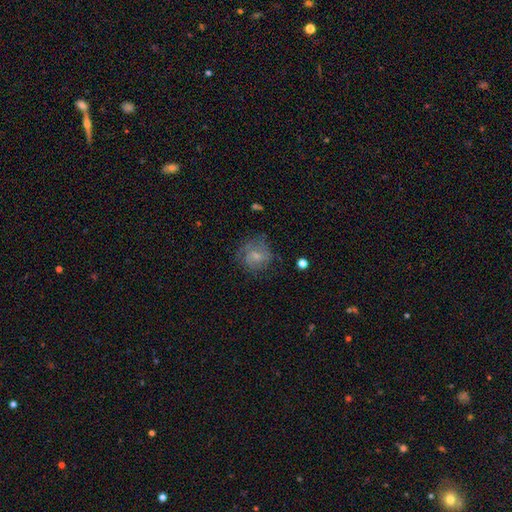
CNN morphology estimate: smooth-or-featured: featured or disk: 52% | smooth: 39% | star or artifact: 9%
  disk-edge-on: no: 97% | yes: 3%
    bar: no: 46% | weak: 45% | strong: 8%
    has-spiral-arms: yes: 74% | no: 26%
    bulge-size: small: 53% | moderate: 30% | none: 14% | large: 2% | dominant: 1%
  merging: none: 61% | minor disturbance: 22% | major disturbance: 15% | merger: 2%